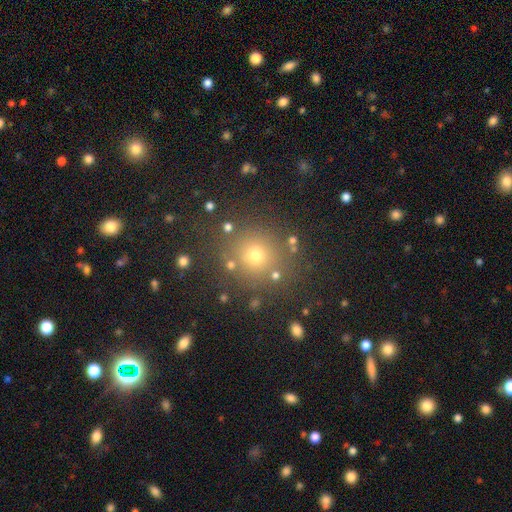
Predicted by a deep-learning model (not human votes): The model was most divided on "smooth or featured": smooth: 68%, star or artifact: 23%, featured or disk: 8%. More confident: how rounded — round (90%); merging — none (83%).